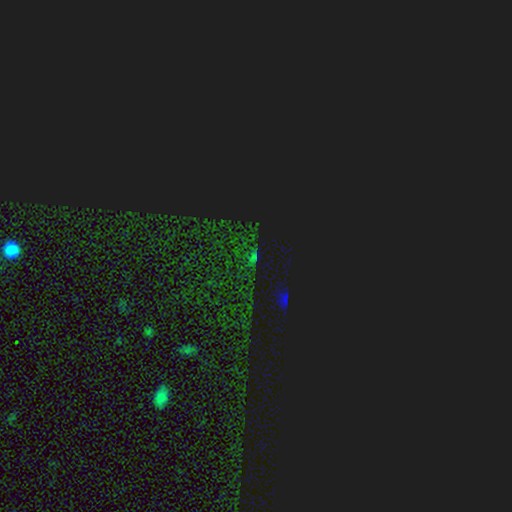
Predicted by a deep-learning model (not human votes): This is clearly a star or artifact rather than a galaxy (81%).